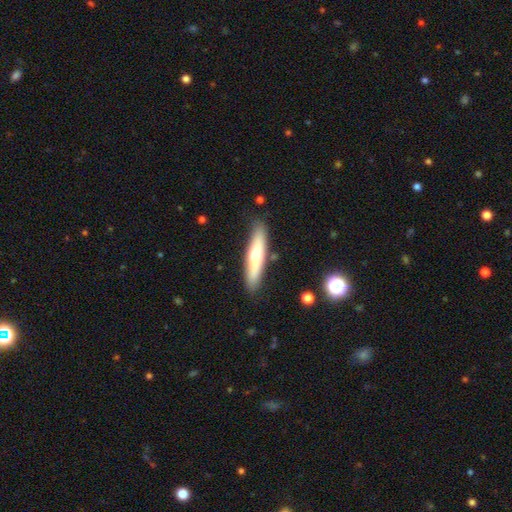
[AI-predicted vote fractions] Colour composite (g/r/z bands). It shows a smooth galaxy with no disk features (62%) that is cigar-shaped (82%). Merging: none (84%).